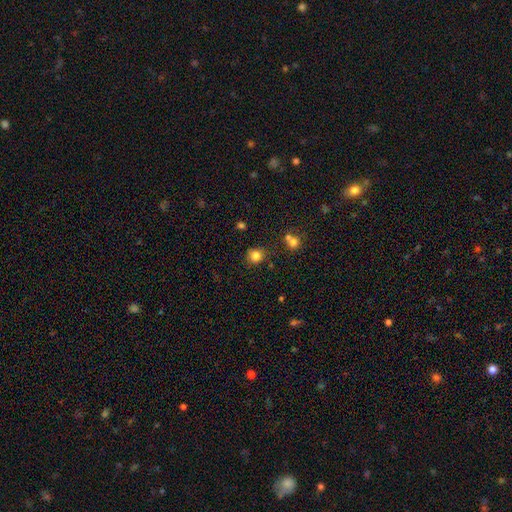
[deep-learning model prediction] smooth_or_featured: smooth (p=0.82) [alt: star or artifact p=0.13]
how_rounded: round (p=0.86) [alt: in between p=0.13]
merging: none (p=0.82) [alt: minor disturbance p=0.10]